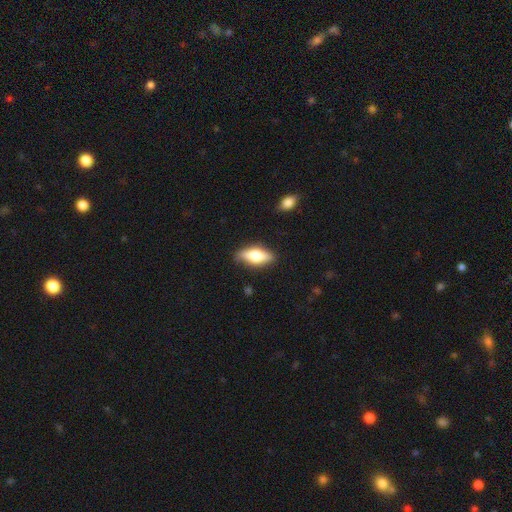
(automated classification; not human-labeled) Overall: smooth (54%; featured or disk 39%). How rounded: in between (71%). Merging: none (83%).